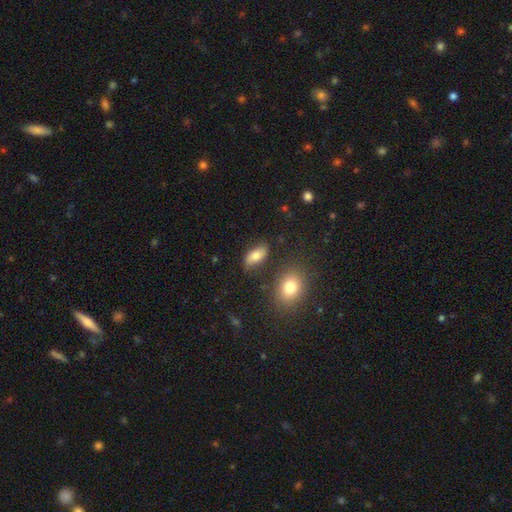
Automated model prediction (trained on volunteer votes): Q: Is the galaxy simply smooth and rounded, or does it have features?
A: smooth — 69%.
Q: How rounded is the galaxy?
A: in between — 86%.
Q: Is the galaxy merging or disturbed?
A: none — 74%.